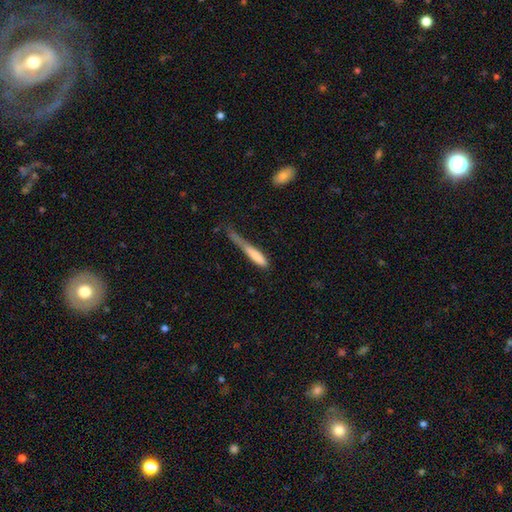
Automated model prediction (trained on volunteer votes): This is likely a smooth galaxy (75%). How rounded: clearly cigar-shaped (87%). Merging: marginally minor disturbance (35%).